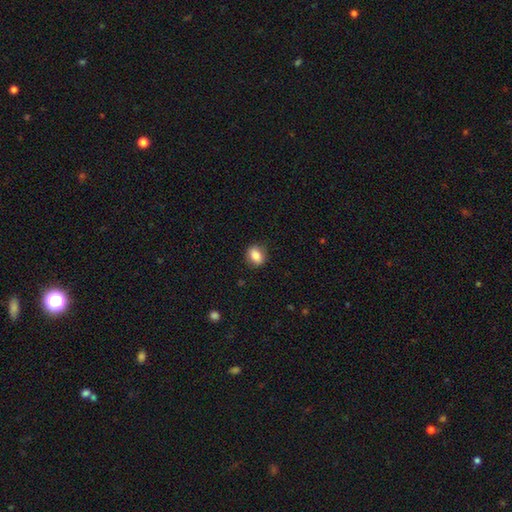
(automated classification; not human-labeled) Smooth or featured? Predicted: smooth (p=0.83). How rounded? Predicted: in between (p=0.61). Merging? Predicted: none (p=0.84).